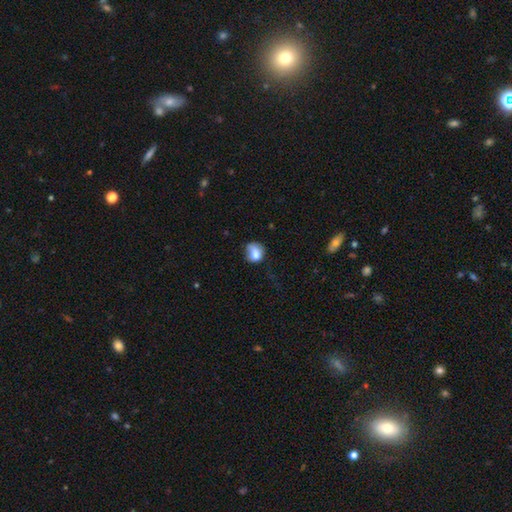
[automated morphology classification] The model was most divided on "merging": none: 40%, minor disturbance: 33%, major disturbance: 22%, merger: 5%. More confident: smooth or featured — smooth (74%); how rounded — round (62%).